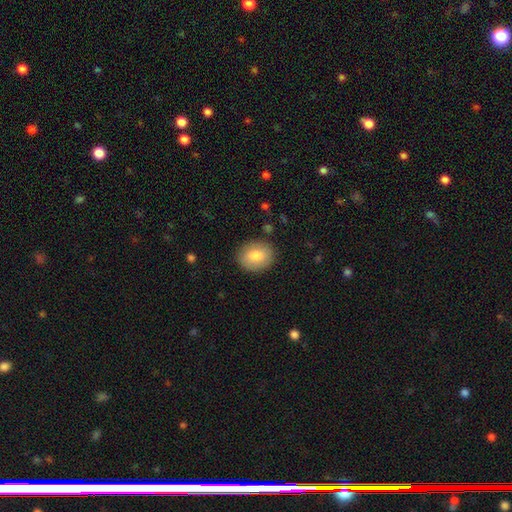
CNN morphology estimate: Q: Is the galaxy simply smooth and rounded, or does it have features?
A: smooth — 81%.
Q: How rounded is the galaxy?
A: round — 56%.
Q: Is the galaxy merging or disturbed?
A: none — 87%.